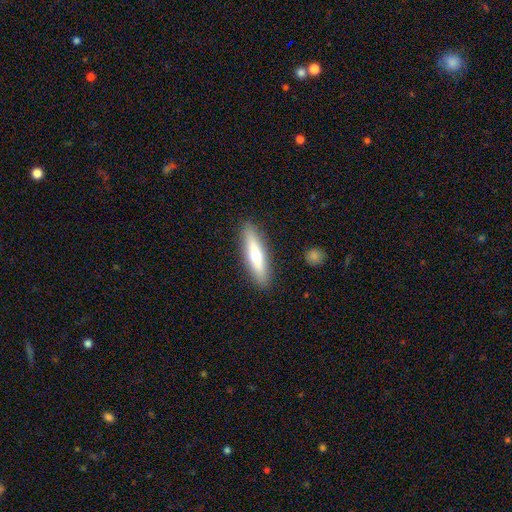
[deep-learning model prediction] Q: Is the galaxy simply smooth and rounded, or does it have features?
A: smooth — 53%.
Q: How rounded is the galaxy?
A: cigar-shaped — 80%.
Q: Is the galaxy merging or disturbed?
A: none — 90%.